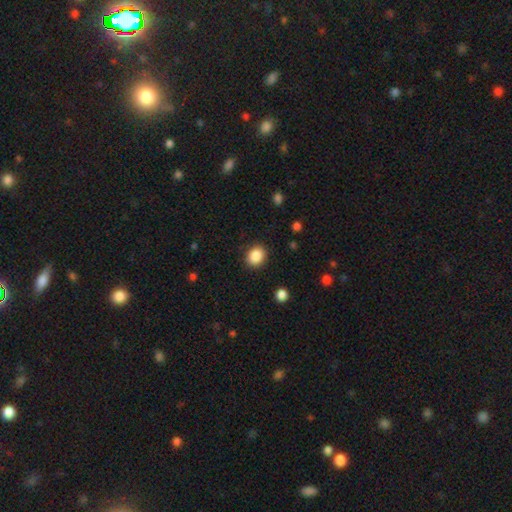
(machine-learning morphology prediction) This appears to be a smooth galaxy with no disk features (88%) that is round (57%). Merging: none (89%).